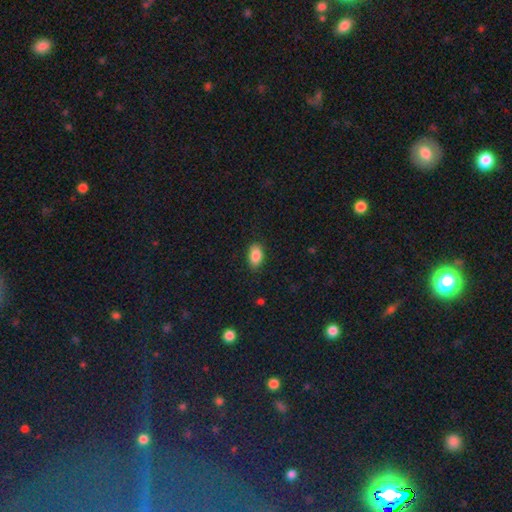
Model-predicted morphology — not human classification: Smooth or featured? Predicted: smooth (p=0.86). How rounded? Predicted: in between (p=0.89). Merging? Predicted: none (p=0.84).